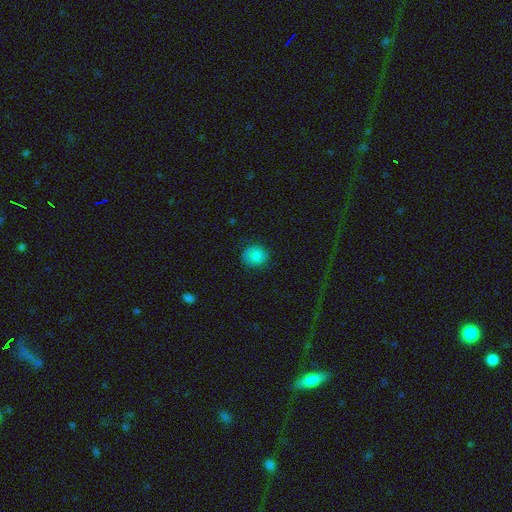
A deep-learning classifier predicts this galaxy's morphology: Q: Smooth or featured?
A: smooth (84%); runner-up: star or artifact (10%)
Q: How rounded?
A: round (80%); runner-up: in between (19%)
Q: Merging?
A: none (80%); runner-up: minor disturbance (15%)